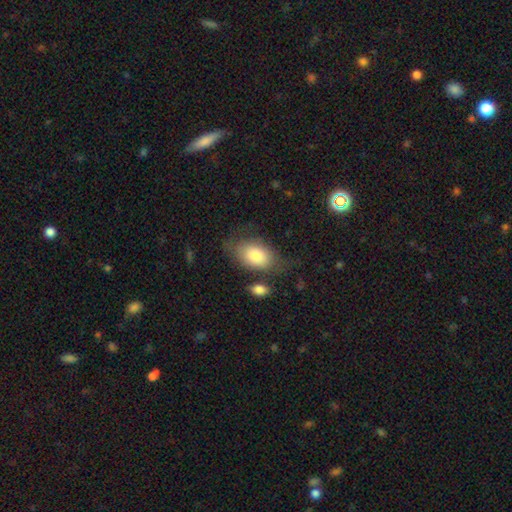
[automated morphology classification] Overall: smooth (78%). How rounded: in between (87%). Merging: none (53%; minor disturbance 26%).